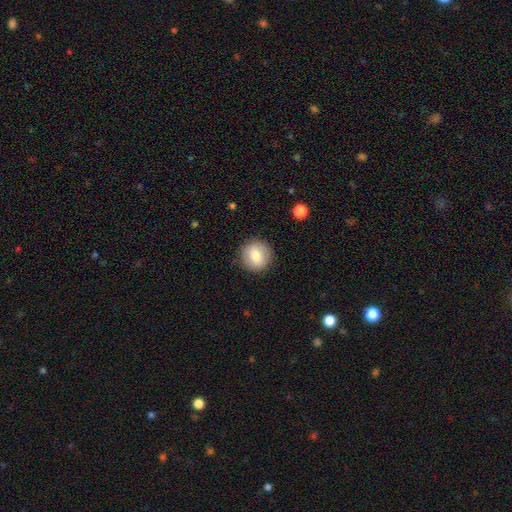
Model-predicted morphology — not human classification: smooth_or_featured: smooth (p=0.77) [alt: featured or disk p=0.15]
how_rounded: round (p=0.94) [alt: in between p=0.05]
merging: none (p=0.90) [alt: minor disturbance p=0.07]